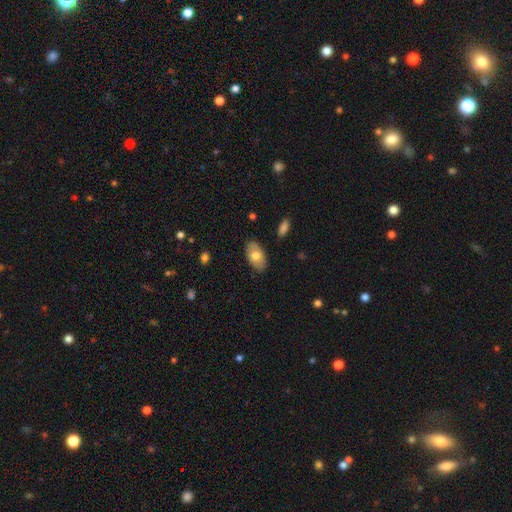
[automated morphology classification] Smooth or featured?
  - smooth: 70% *
  - featured or disk: 24%
  - star or artifact: 6%
How rounded?
  - in between: 93% *
  - round: 5%
  - cigar-shaped: 2%
Merging?
  - none: 84% *
  - minor disturbance: 12%
  - major disturbance: 2%
  - merger: 1%